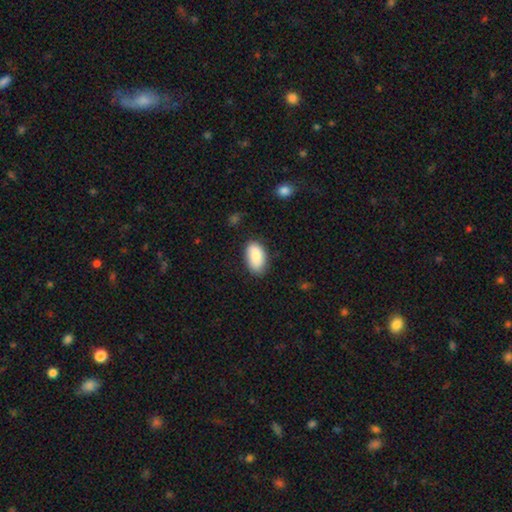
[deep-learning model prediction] Smooth or featured? smooth (88%)
How rounded? in between (94%)
Merging? none (78%)